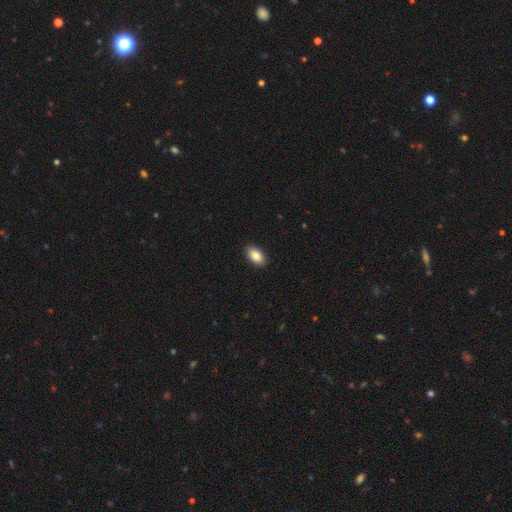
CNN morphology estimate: Q: Smooth or featured?
A: smooth (88%); runner-up: star or artifact (7%)
Q: How rounded?
A: in between (94%); runner-up: round (4%)
Q: Merging?
A: none (90%); runner-up: minor disturbance (7%)